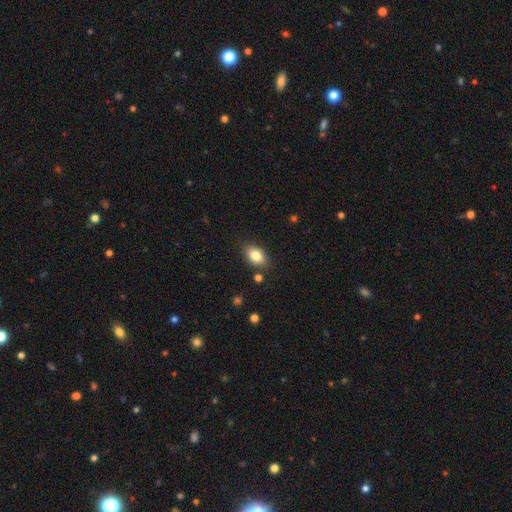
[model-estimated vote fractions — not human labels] Q: Smooth or featured?
A: smooth (84%); runner-up: star or artifact (8%)
Q: How rounded?
A: in between (86%); runner-up: round (12%)
Q: Merging?
A: none (84%); runner-up: minor disturbance (11%)